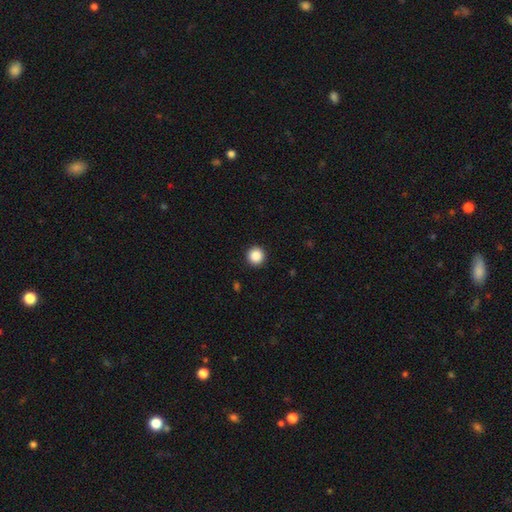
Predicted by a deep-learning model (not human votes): Smooth or featured? smooth (88%)
How rounded? round (96%)
Merging? none (93%)